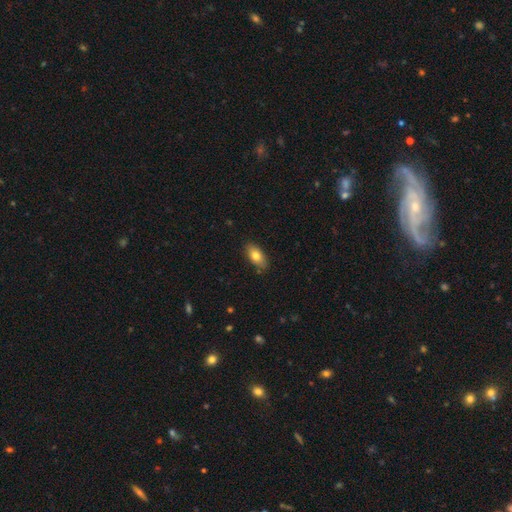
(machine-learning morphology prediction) Smooth or featured? smooth (78%)
How rounded? in between (88%)
Merging? none (83%)